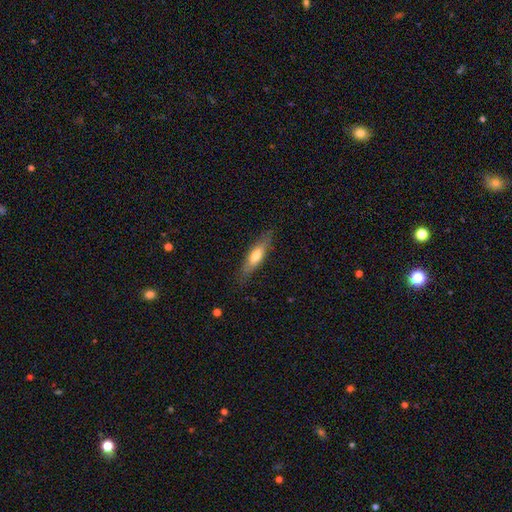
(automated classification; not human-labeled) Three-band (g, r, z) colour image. It shows a smooth galaxy with no disk features (59%) that is cigar-shaped (64%). Merging: none (81%).